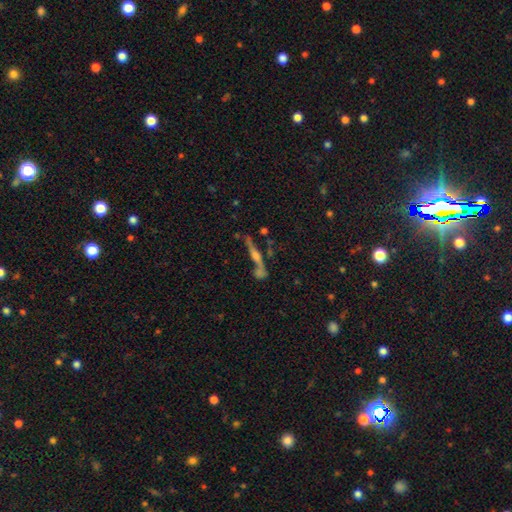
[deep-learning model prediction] Morphology: type=featured or disk (69%); edge-on=yes (91%); edge-on bulge=rounded (81%); merging=none (60%).